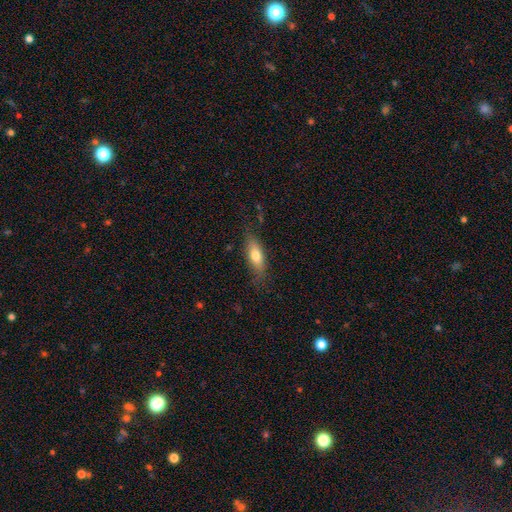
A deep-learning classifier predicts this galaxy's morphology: Q: Smooth or featured?
A: smooth (70%); runner-up: featured or disk (23%)
Q: How rounded?
A: in between (60%); runner-up: cigar-shaped (37%)
Q: Merging?
A: none (78%); runner-up: minor disturbance (16%)